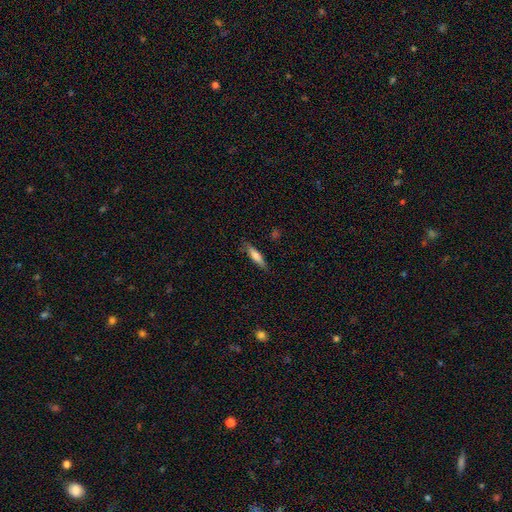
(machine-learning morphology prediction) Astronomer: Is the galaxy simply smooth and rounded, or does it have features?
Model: smooth — 69%.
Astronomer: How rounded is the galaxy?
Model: cigar-shaped — 75%.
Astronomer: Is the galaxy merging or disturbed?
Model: none — 82%.